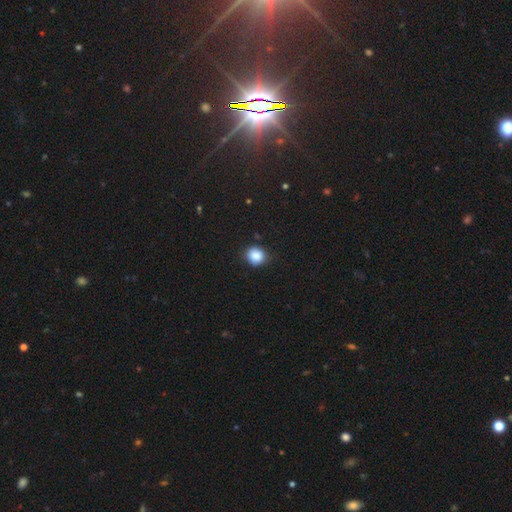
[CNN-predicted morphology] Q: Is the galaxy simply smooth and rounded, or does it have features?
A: smooth — 87%.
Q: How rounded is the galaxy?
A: round — 84%.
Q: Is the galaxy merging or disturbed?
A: none — 82%.